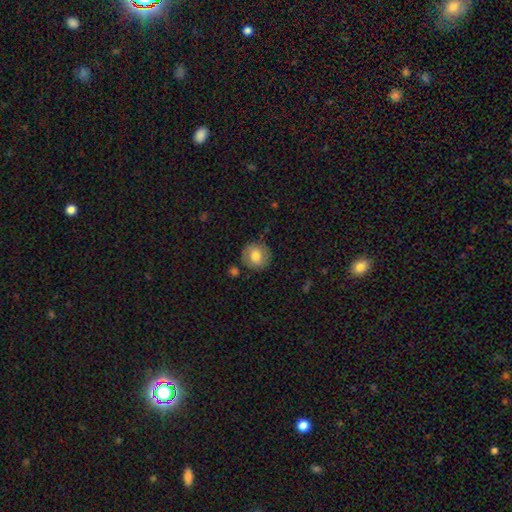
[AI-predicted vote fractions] A smooth galaxy with no disk features (78%) that is round (91%). Merging: none (83%).